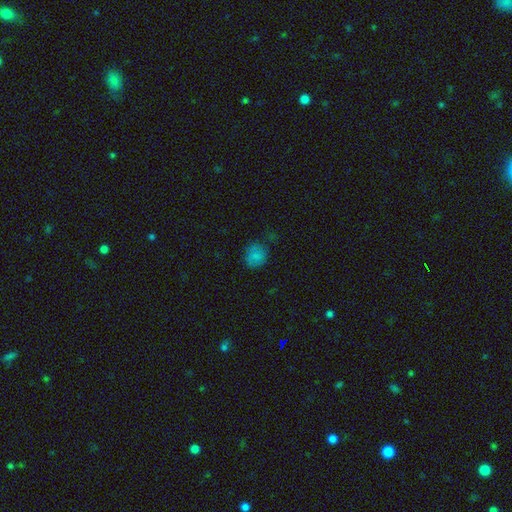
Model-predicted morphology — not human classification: smooth 75%, star or artifact 17%, featured or disk 8%. Down the decision tree: how rounded — round (76%); merging — none (71%).